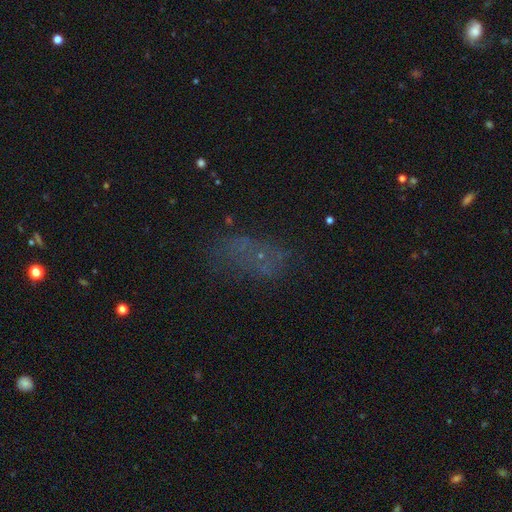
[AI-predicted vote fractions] This is marginally a smooth galaxy (43%). Merging: possibly none (56%).